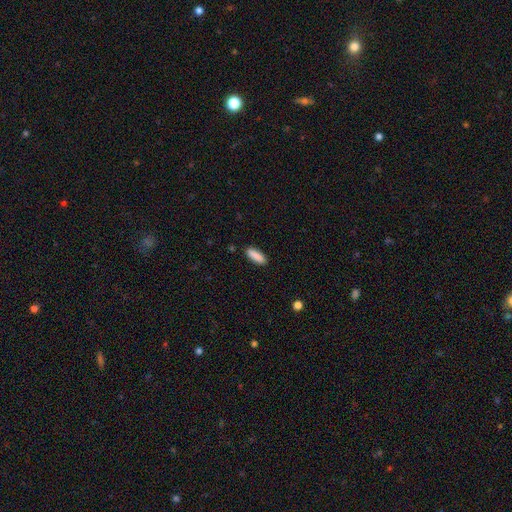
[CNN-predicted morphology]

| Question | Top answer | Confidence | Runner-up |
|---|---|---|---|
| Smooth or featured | smooth | 89% | star or artifact (6%) |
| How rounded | in between | 53% | cigar-shaped (46%) |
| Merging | none | 89% | minor disturbance (8%) |